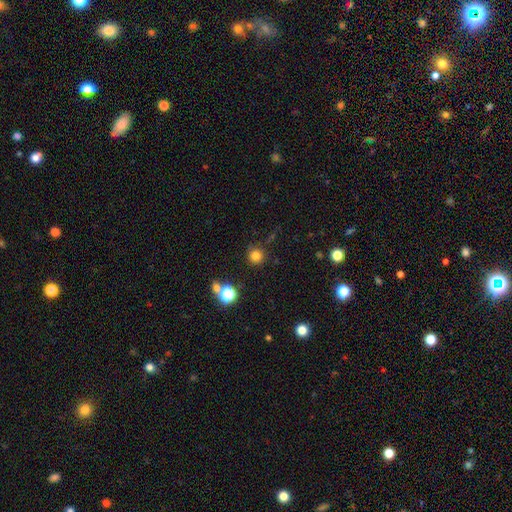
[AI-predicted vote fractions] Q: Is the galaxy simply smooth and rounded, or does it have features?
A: smooth — 80%.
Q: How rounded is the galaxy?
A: round — 94%.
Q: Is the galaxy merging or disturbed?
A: none — 84%.